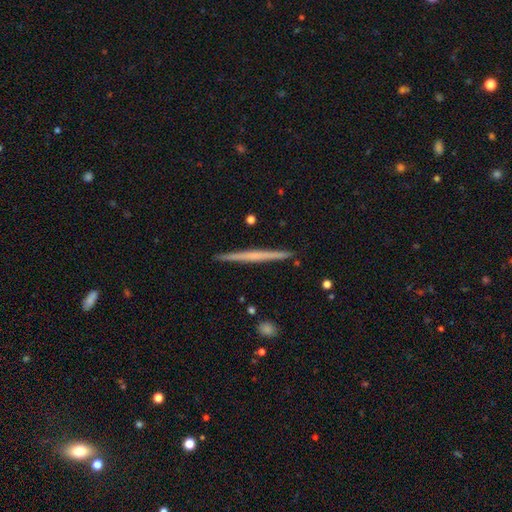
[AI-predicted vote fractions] smooth_or_featured: featured or disk (p=0.57) [alt: smooth p=0.37]
disk_edge_on: yes (p=0.98) [alt: no p=0.02]
edge_on_bulge: none (p=0.80) [alt: rounded p=0.14]
merging: none (p=0.92) [alt: minor disturbance p=0.06]